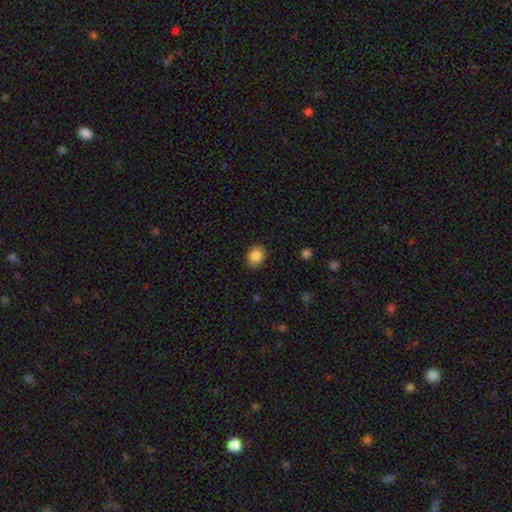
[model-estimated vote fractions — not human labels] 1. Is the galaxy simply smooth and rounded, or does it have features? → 87% smooth, 8% star or artifact, 4% featured or disk.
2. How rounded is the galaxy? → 53% round, 46% in between, 1% cigar-shaped.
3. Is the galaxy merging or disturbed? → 88% none, 9% minor disturbance, 2% major disturbance, 1% merger.